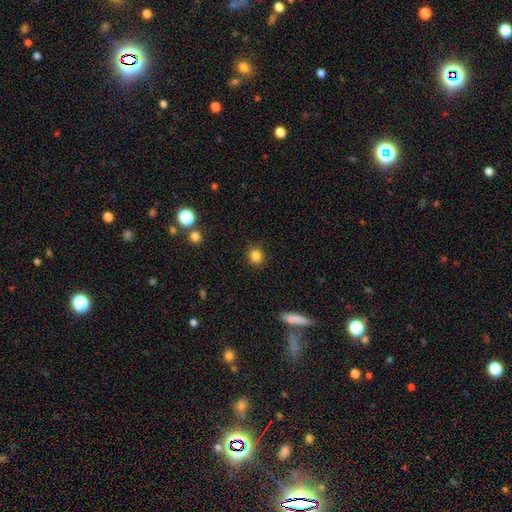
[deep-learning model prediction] A smooth galaxy with no disk features (84%) that is round (82%). Merging: none (89%).